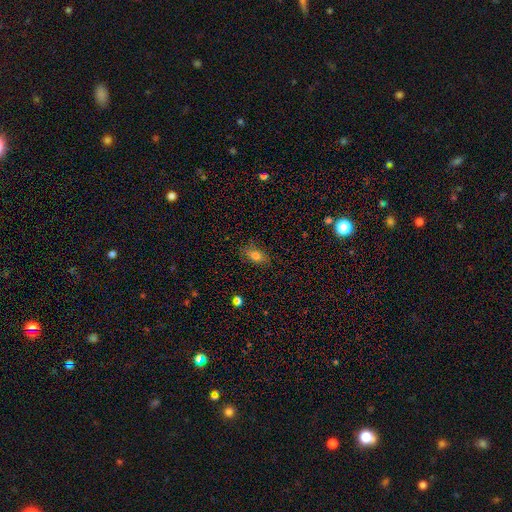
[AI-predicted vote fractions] Smooth or featured? Predicted: smooth (p=0.79). How rounded? Predicted: in between (p=0.81). Merging? Predicted: none (p=0.81).